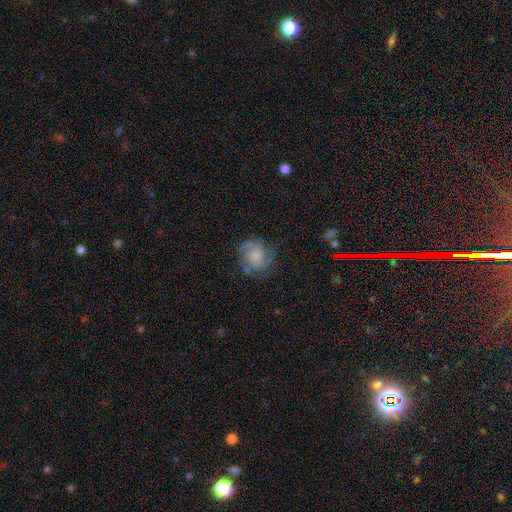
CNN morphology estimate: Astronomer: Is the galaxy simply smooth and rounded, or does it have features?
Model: featured or disk — 66%.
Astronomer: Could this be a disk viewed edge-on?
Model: no — 98%.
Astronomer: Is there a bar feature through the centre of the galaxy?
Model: no — 73%.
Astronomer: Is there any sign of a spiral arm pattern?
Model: yes — 86%.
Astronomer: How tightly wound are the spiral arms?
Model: tight — 44% (runner-up: medium, 42%).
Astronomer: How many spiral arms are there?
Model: can't tell — 31% (runner-up: 2, 26%).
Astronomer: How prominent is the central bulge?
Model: small — 30%, tied with moderate at 30%.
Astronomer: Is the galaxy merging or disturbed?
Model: none — 66%.